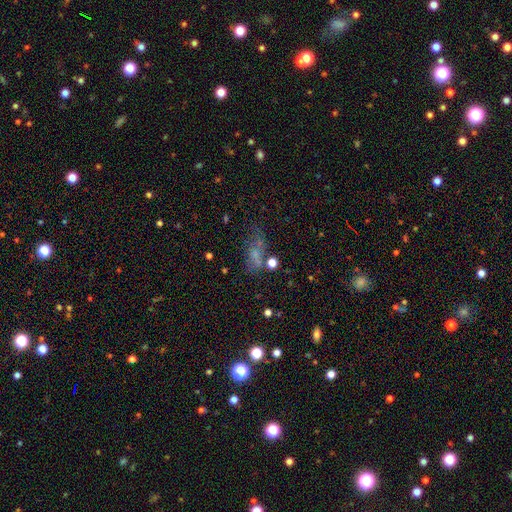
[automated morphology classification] smooth 54%, featured or disk 25%, star or artifact 20%. Down the decision tree: how rounded — in between (74%); merging — none (41%).